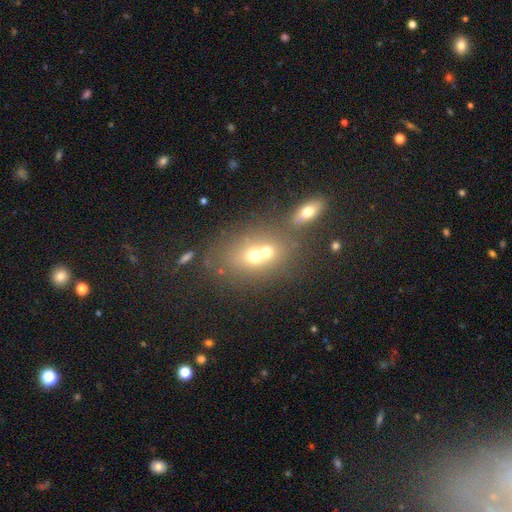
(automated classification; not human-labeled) The model was most divided on "how rounded": round: 50%, in between: 49%, cigar-shaped: 2%. More confident: merging — merger (62%); smooth or featured — smooth (59%).